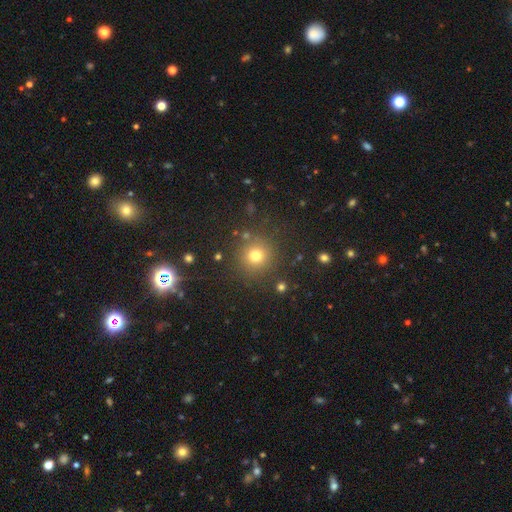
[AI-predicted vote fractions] A smooth galaxy with no disk features (75%) that is round (93%). Merging: none (86%).